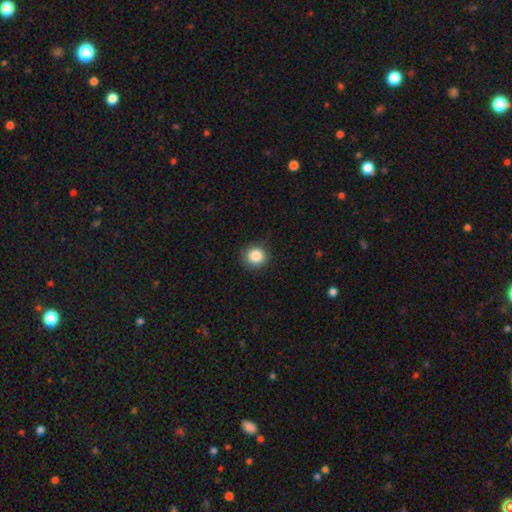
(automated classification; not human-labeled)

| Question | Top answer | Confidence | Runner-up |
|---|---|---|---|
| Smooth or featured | smooth | 86% | star or artifact (9%) |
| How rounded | round | 93% | in between (6%) |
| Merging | none | 86% | minor disturbance (10%) |